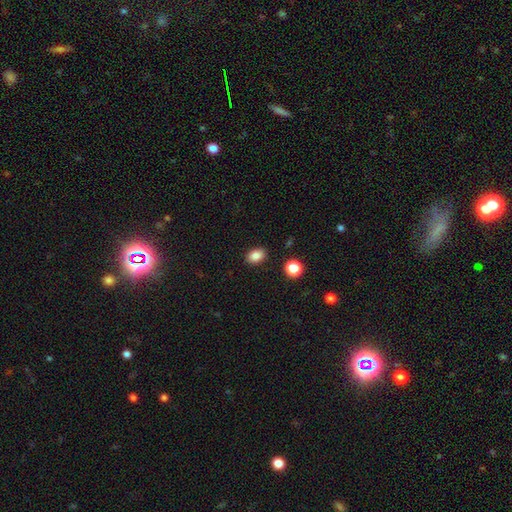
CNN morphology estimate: A smooth galaxy with no disk features (85%) that is in between round and cigar-shaped (78%). Merging: none (87%).